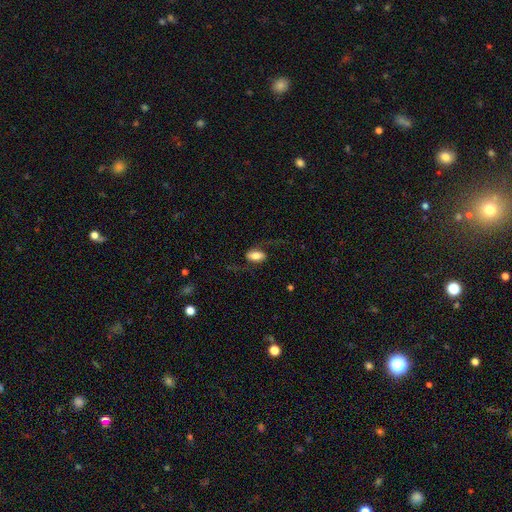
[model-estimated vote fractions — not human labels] smooth-or-featured: smooth: 49% | featured or disk: 43% | star or artifact: 8%
  merging: none: 65% | major disturbance: 18% | minor disturbance: 16% | merger: 2%